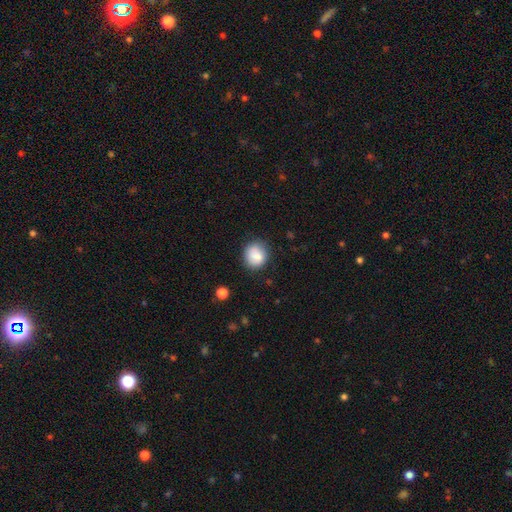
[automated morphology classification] Smooth or featured? smooth (84%)
How rounded? round (77%)
Merging? none (78%)